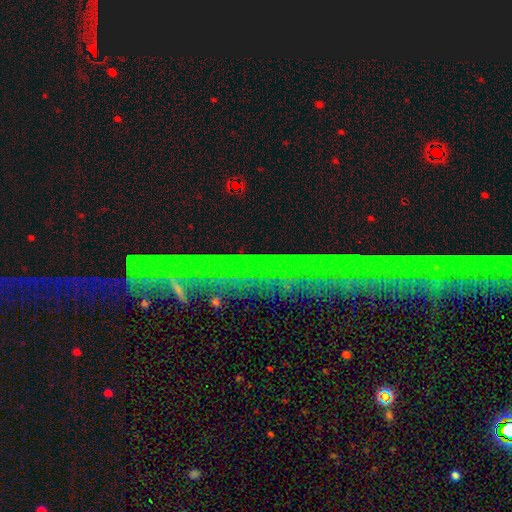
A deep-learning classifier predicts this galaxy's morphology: This appears to be a star or artifact, not a galaxy (82%).